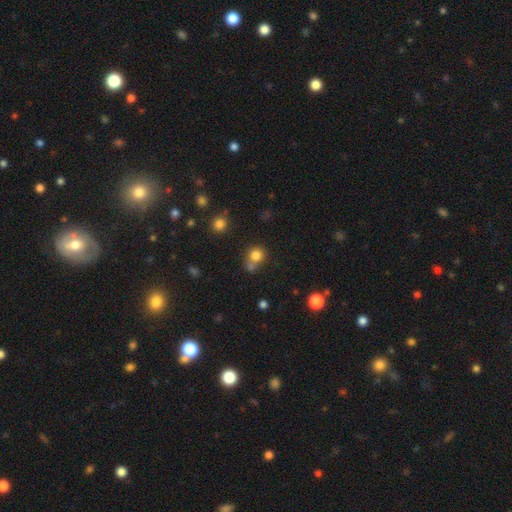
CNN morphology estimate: Smooth or featured: smooth — 80% (star or artifact — 13%)
How rounded: round — 82% (in between — 17%)
Merging: none — 52% (merger — 31%)